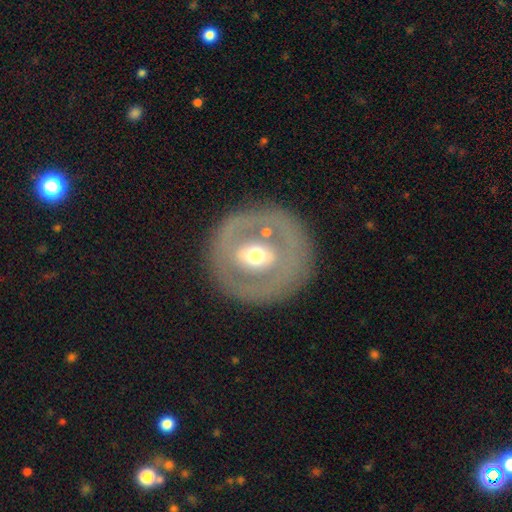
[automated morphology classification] Smooth or featured? Predicted: featured or disk (p=0.60). Edge-on disk? Predicted: no (p=0.92). Bar? Predicted: no (p=0.46). Spiral arms? Predicted: no (p=0.87). Bulge size? Predicted: moderate (p=0.67). Merging? Predicted: none (p=0.81).